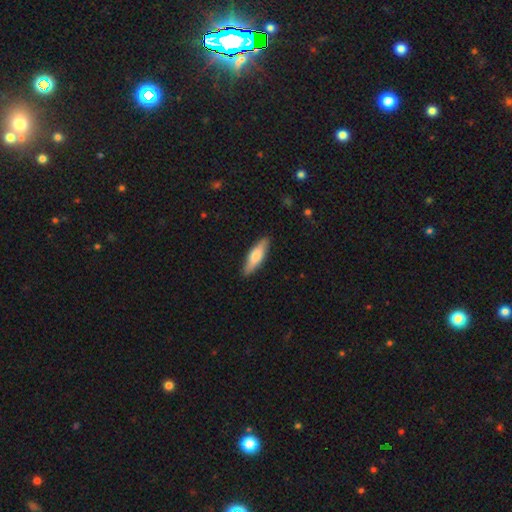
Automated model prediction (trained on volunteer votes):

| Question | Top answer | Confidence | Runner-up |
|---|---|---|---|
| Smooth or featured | smooth | 67% | featured or disk (27%) |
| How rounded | cigar-shaped | 62% | in between (36%) |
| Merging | none | 89% | minor disturbance (8%) |